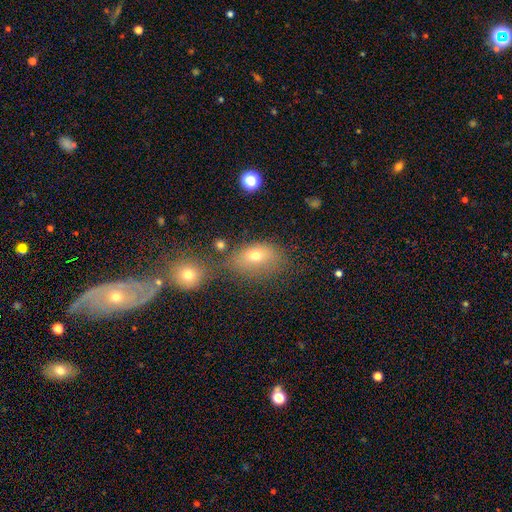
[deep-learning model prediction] A smooth galaxy with no disk features (69%) that is in between round and cigar-shaped (72%).

Vote fractions:
- Smooth or featured? smooth: 69% / star or artifact: 16% / featured or disk: 15%
- How rounded? in between: 72% / round: 26% / cigar-shaped: 2%
- Merging? none: 51% / merger: 23% / minor disturbance: 17% / major disturbance: 10%